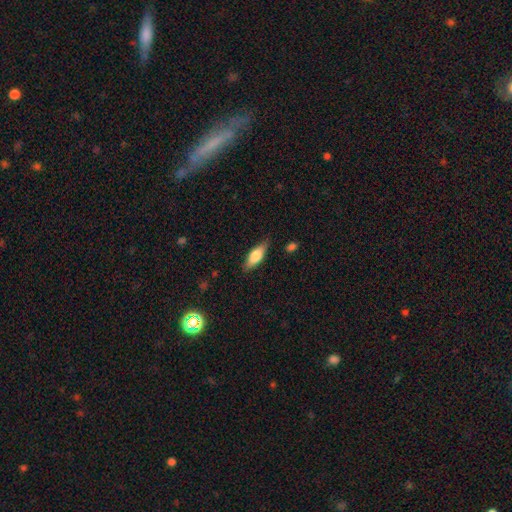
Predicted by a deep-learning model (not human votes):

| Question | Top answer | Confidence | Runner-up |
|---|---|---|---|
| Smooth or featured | smooth | 68% | featured or disk (26%) |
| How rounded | in between | 67% | cigar-shaped (30%) |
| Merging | none | 81% | minor disturbance (15%) |